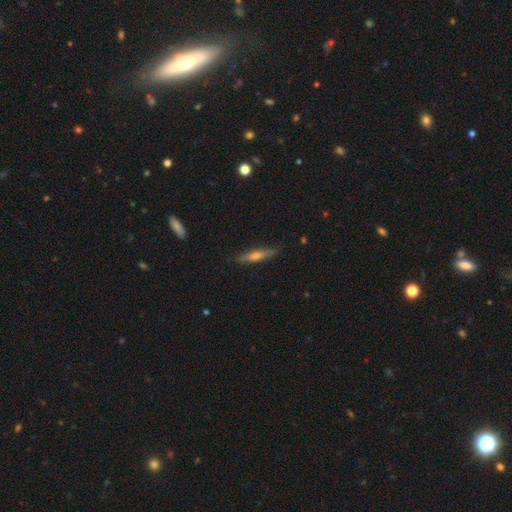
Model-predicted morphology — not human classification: The model was most divided on "smooth or featured": featured or disk: 53%, smooth: 40%, star or artifact: 6%. More confident: edge-on disk — yes (93%); merging — none (86%).